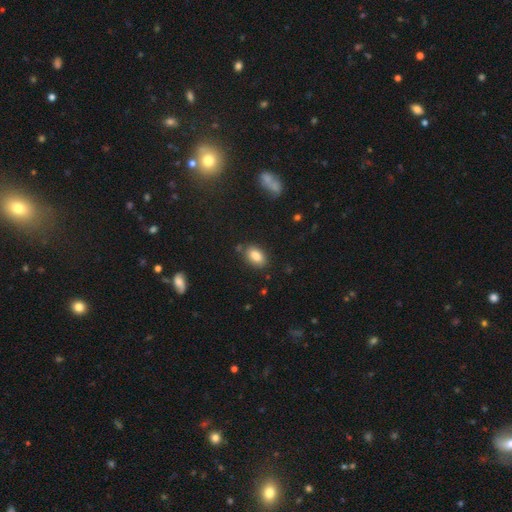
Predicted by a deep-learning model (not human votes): smooth-or-featured: smooth: 85% | star or artifact: 8% | featured or disk: 7%
  how-rounded: in between: 90% | round: 7% | cigar-shaped: 2%
  merging: none: 81% | minor disturbance: 13% | merger: 4% | major disturbance: 3%